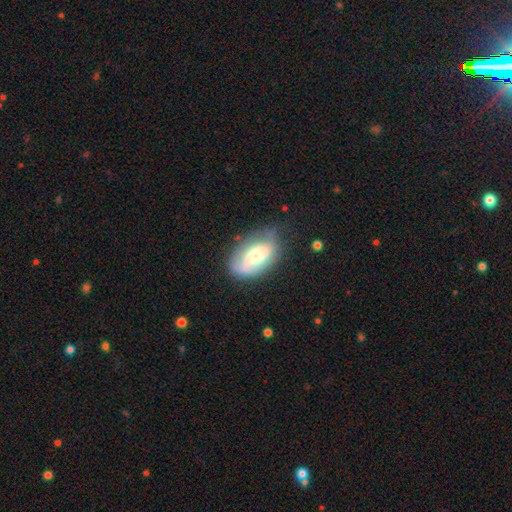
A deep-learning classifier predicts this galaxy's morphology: Q: Smooth or featured?
A: featured or disk (54%); runner-up: smooth (39%)
Q: Edge-on disk?
A: no (93%); runner-up: yes (7%)
Q: Bar?
A: no (54%); runner-up: weak (34%)
Q: Spiral arms?
A: yes (75%); runner-up: no (25%)
Q: Bulge size?
A: moderate (56%); runner-up: small (20%)
Q: Merging?
A: none (59%); runner-up: minor disturbance (27%)